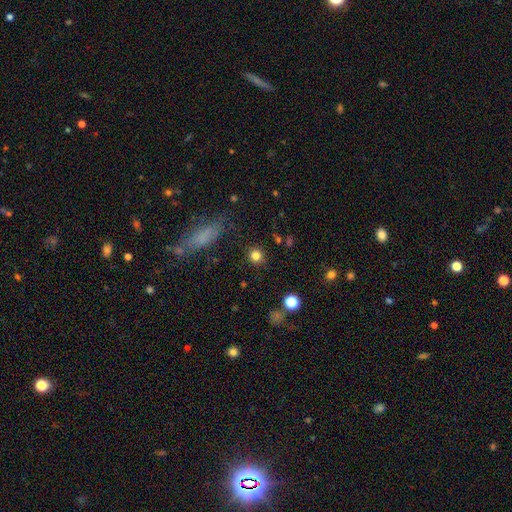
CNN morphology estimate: Q: Smooth or featured?
A: smooth (82%); runner-up: star or artifact (12%)
Q: How rounded?
A: round (90%); runner-up: in between (8%)
Q: Merging?
A: none (88%); runner-up: minor disturbance (7%)